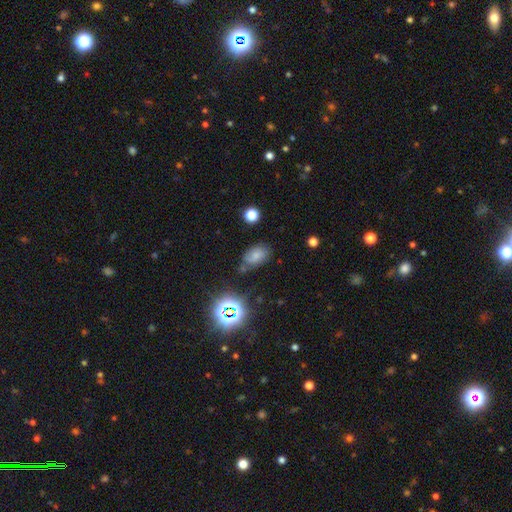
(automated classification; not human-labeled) smooth-or-featured: smooth: 60% | star or artifact: 21% | featured or disk: 19%
  how-rounded: in between: 87% | round: 11% | cigar-shaped: 2%
  merging: none: 62% | minor disturbance: 24% | major disturbance: 7% | merger: 6%